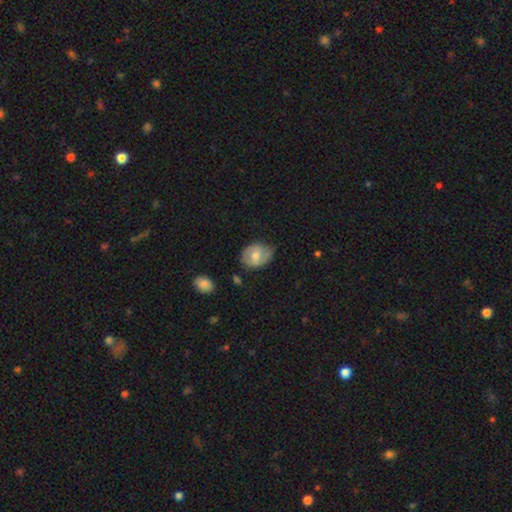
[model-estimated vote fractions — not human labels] A smooth galaxy with no disk features (54%) that is in between round and cigar-shaped (64%).

Vote fractions:
- Smooth or featured? smooth: 54% / featured or disk: 40% / star or artifact: 7%
- How rounded? in between: 64% / round: 35% / cigar-shaped: 1%
- Merging? none: 65% / minor disturbance: 27% / major disturbance: 6% / merger: 2%